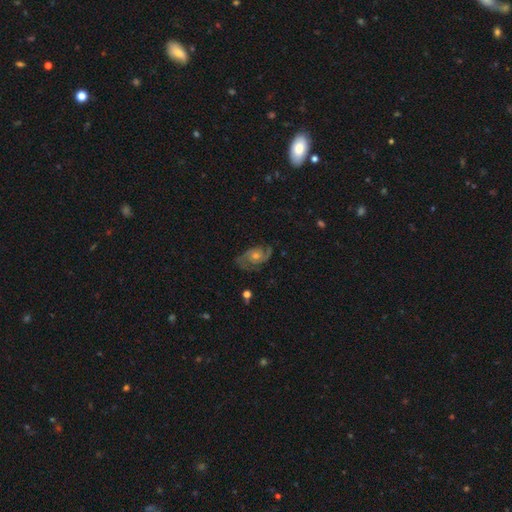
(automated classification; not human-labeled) featured or disk 84%, star or artifact 8%, smooth 8%. Down the decision tree: edge-on disk — no (97%); bar — no (72%); spiral arms — yes (96%); spiral arm count — 2 (86%); spiral winding — medium (51%); bulge size — moderate (50%); merging — none (77%).